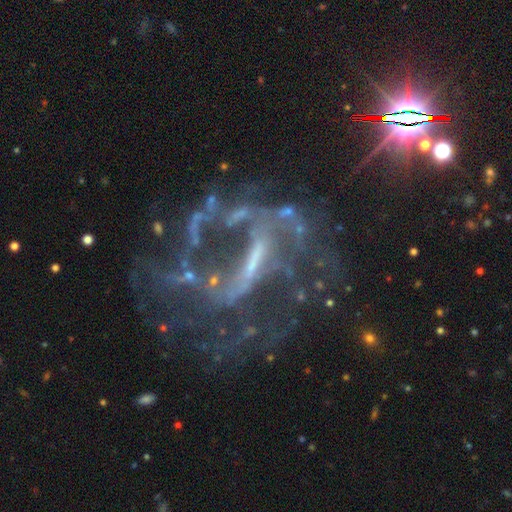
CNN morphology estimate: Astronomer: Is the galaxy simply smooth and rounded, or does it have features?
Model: featured or disk — 74%.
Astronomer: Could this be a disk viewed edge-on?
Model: no — 96%.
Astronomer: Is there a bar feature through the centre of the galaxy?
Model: weak — 39% (runner-up: strong, 37%).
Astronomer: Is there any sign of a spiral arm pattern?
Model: yes — 81%.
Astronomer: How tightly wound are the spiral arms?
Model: medium — 43% (runner-up: loose, 30%).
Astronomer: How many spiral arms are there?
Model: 2 — 46% (runner-up: can't tell, 23%).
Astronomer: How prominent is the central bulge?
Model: small — 56%.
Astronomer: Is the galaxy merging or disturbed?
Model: none — 53%.